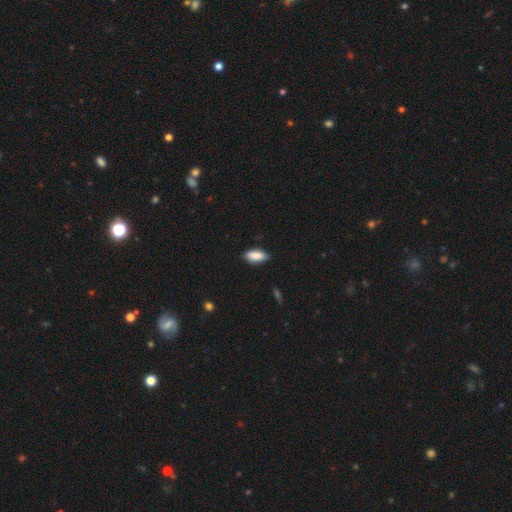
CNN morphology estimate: This appears to be a smooth galaxy with no disk features (87%) that is in between round and cigar-shaped (89%). Merging: none (79%).